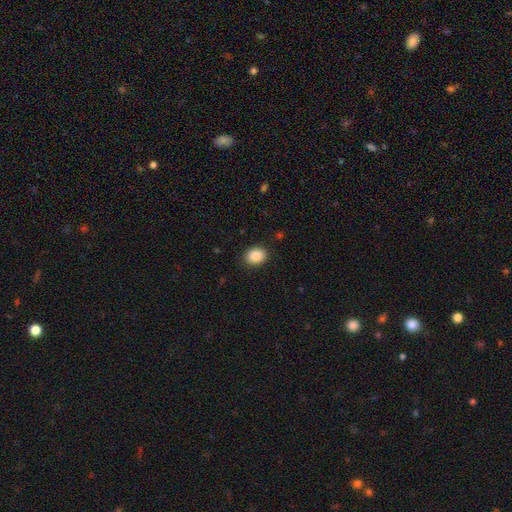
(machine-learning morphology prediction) Overall: smooth (88%). How rounded: in between (55%; round 44%). Merging: none (88%).